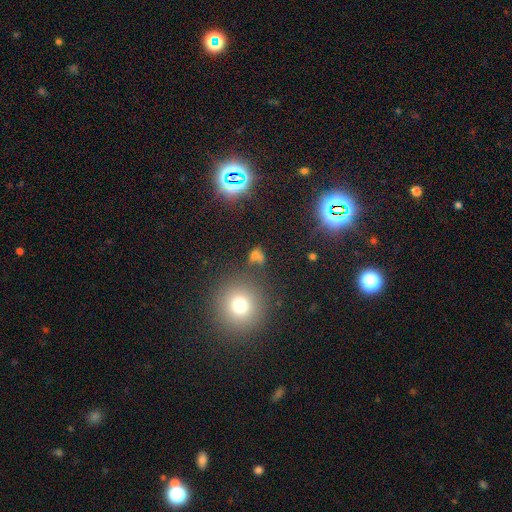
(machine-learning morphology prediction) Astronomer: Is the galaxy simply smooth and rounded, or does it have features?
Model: smooth — 51% (runner-up: star or artifact, 37%).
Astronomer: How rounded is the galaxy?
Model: round — 50% (runner-up: in between, 45%).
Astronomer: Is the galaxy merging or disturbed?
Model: none — 53%.